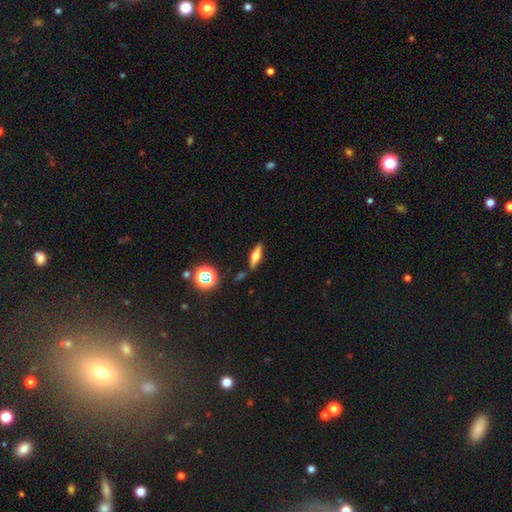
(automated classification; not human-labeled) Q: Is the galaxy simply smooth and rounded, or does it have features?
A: featured or disk — 50%.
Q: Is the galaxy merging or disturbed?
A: none — 83%.